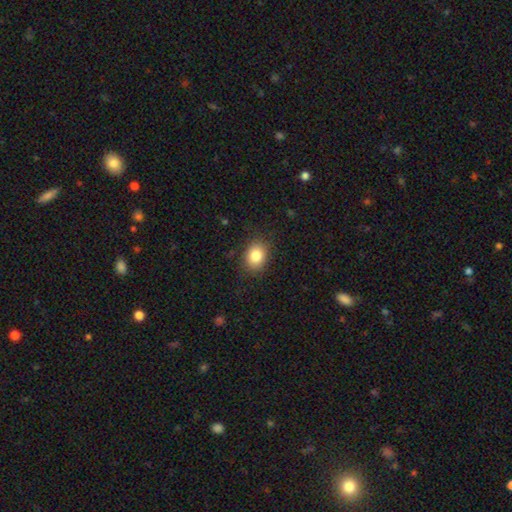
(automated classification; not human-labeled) Smooth or featured? Predicted: smooth (p=0.84). How rounded? Predicted: in between (p=0.61). Merging? Predicted: none (p=0.84).